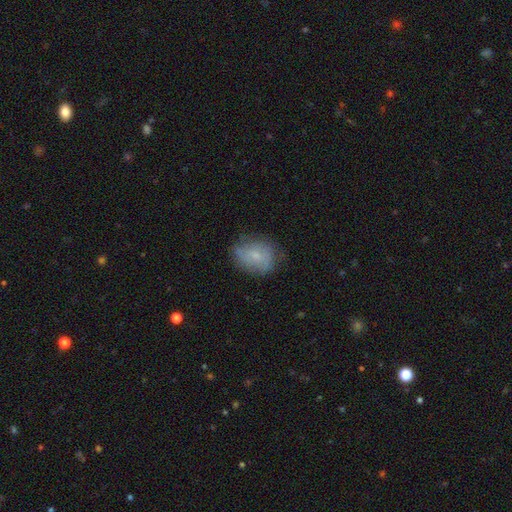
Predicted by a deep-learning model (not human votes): Overall: smooth (60%; featured or disk 32%). How rounded: in between (62%; round 37%). Merging: none (67%).